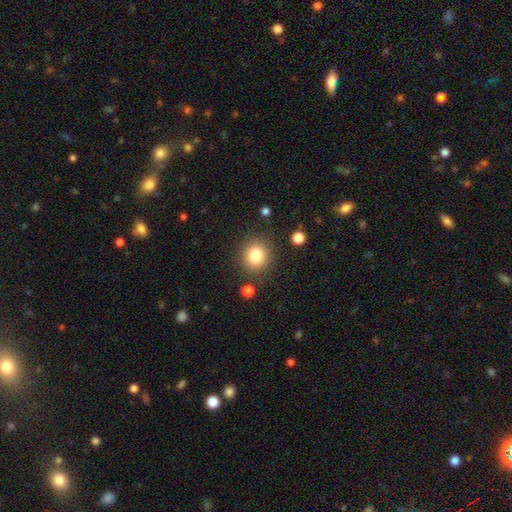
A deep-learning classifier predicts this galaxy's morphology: Q: Smooth or featured?
A: smooth (81%); runner-up: star or artifact (11%)
Q: How rounded?
A: round (86%); runner-up: in between (13%)
Q: Merging?
A: none (86%); runner-up: minor disturbance (8%)